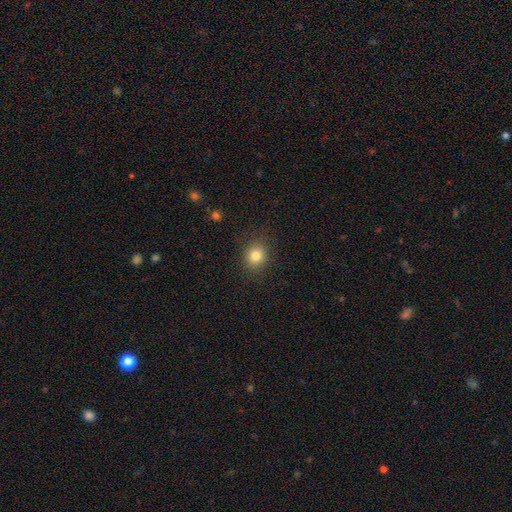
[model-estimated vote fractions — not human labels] A smooth galaxy with no disk features (82%) that is round (76%). Merging: none (87%).